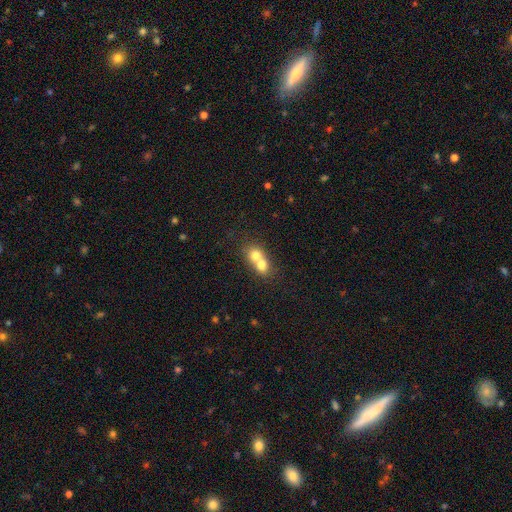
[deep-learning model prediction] A smooth galaxy with no disk features (71%) that is round (68%).

Vote fractions:
- Smooth or featured? smooth: 71% / featured or disk: 20% / star or artifact: 9%
- How rounded? round: 68% / in between: 31% / cigar-shaped: 1%
- Merging? merger: 74% / none: 20% / minor disturbance: 4% / major disturbance: 2%